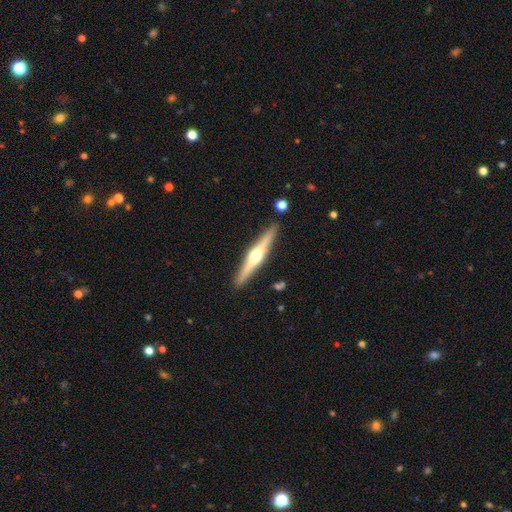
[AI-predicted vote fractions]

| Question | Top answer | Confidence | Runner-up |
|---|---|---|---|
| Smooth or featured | featured or disk | 73% | smooth (22%) |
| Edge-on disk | yes | 98% | no (2%) |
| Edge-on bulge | rounded | 94% | boxy (3%) |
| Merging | none | 90% | minor disturbance (7%) |